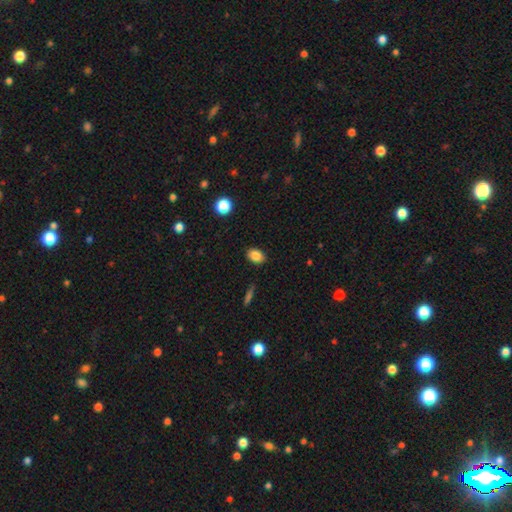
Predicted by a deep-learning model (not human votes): This is clearly a smooth galaxy (85%). How rounded: likely in between (79%). Merging: clearly none (88%).